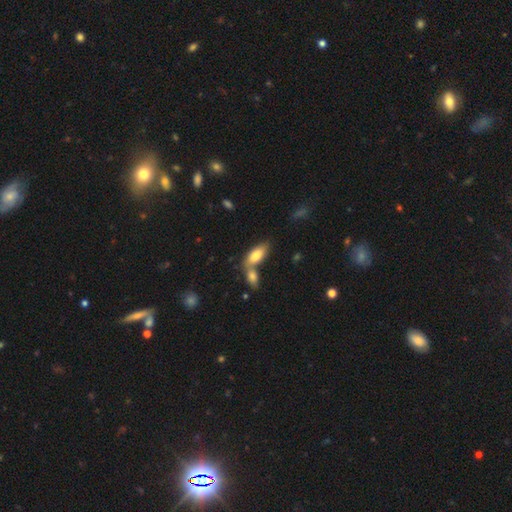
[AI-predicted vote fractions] Morphology: type=smooth (80%); roundness=in between (85%); merging=merger (48%).